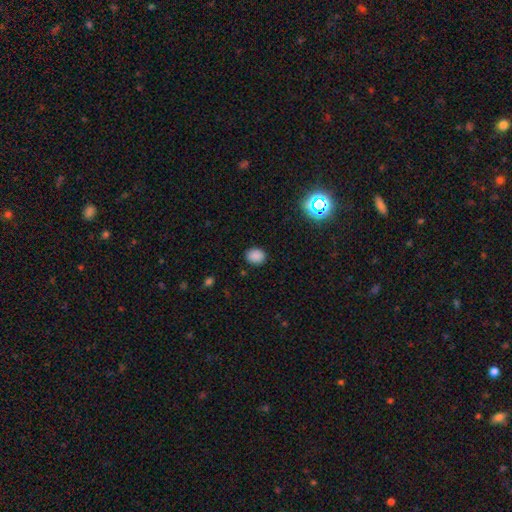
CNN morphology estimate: smooth_or_featured: smooth (p=0.84) [alt: star or artifact p=0.13]
how_rounded: round (p=0.50) [alt: in between p=0.49]
merging: none (p=0.87) [alt: minor disturbance p=0.10]